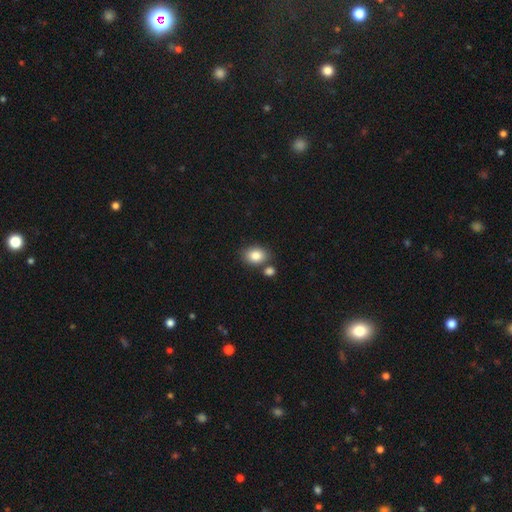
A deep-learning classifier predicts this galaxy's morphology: smooth_or_featured: smooth (p=0.85) [alt: star or artifact p=0.09]
how_rounded: in between (p=0.65) [alt: round p=0.34]
merging: none (p=0.68) [alt: merger p=0.16]